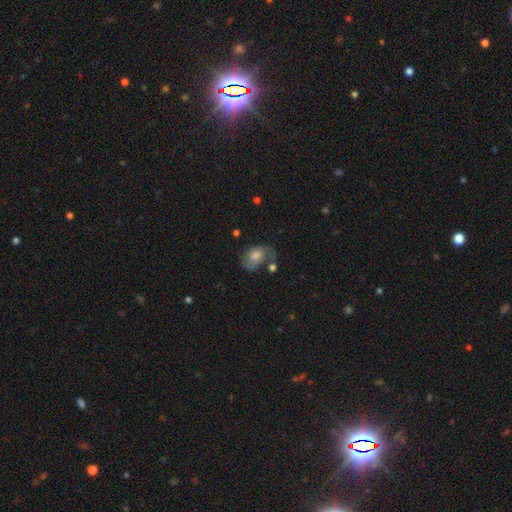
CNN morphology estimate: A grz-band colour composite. It shows a featured or disk galaxy (57%) with no bar (67%), spiral arms (84%) and a moderate central bulge (52%). Merging: none (51%).